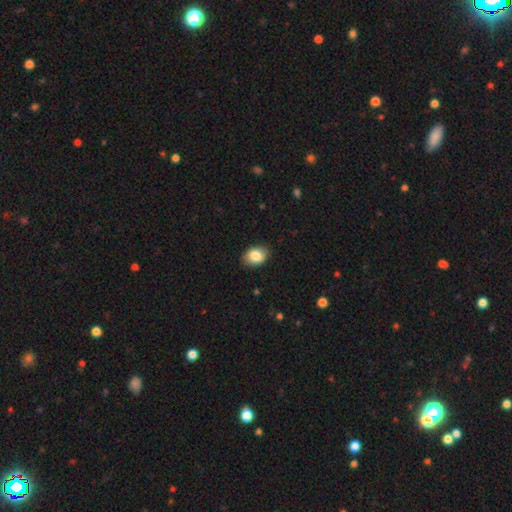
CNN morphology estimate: This is clearly a smooth galaxy (85%). How rounded: likely in between (76%). Merging: clearly none (86%).